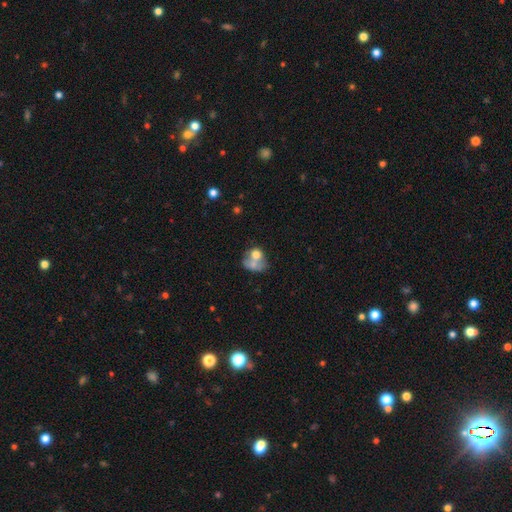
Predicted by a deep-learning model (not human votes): A smooth galaxy with no disk features (59%) that is round (52%). Merging: merger (54%).